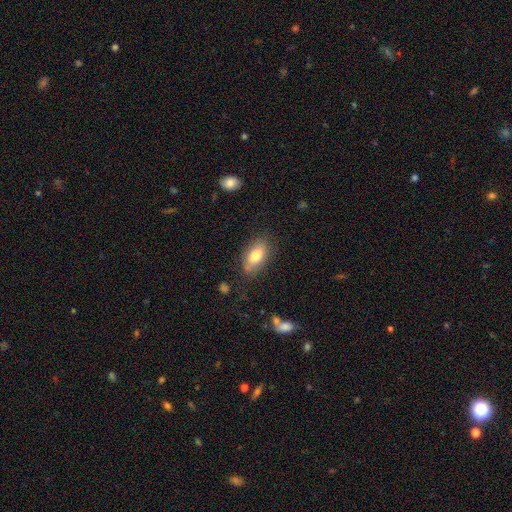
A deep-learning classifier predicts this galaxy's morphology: smooth 77%, featured or disk 15%, star or artifact 7%. Down the decision tree: how rounded — in between (90%); merging — none (77%).